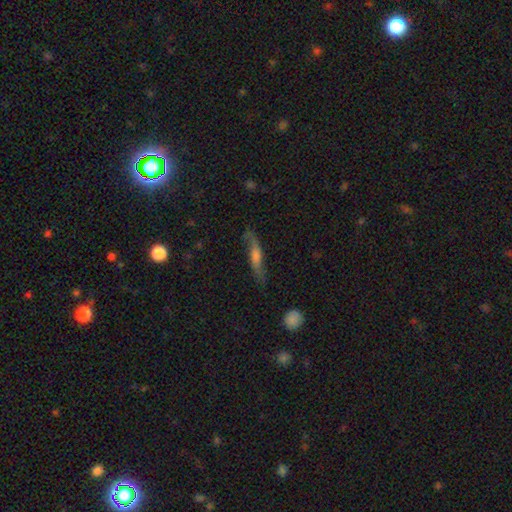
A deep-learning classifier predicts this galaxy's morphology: Smooth or featured: featured or disk — 53% (smooth — 39%)
Edge-on disk: yes — 61% (no — 39%)
Merging: none — 69% (minor disturbance — 21%)